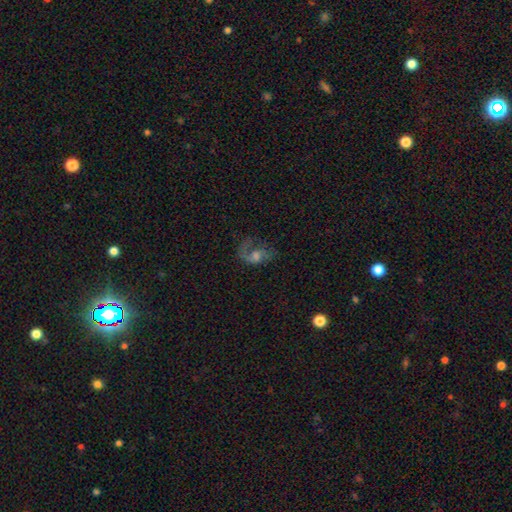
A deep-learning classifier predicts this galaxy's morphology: type=featured or disk (64%); edge-on=no (96%); bar=no (66%); spiral arms=yes (81%); bulge=moderate (50%); merging=none (44%).